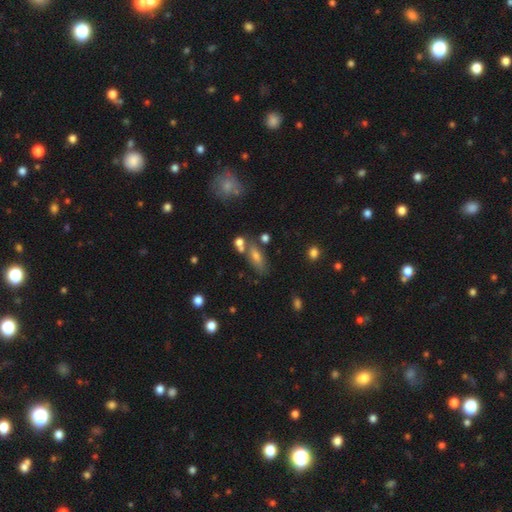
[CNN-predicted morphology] A smooth galaxy with no disk features (45%).

Vote fractions:
- Smooth or featured? smooth: 45% / star or artifact: 35% / featured or disk: 20%
- Merging? none: 64% / merger: 15% / minor disturbance: 13% / major disturbance: 7%